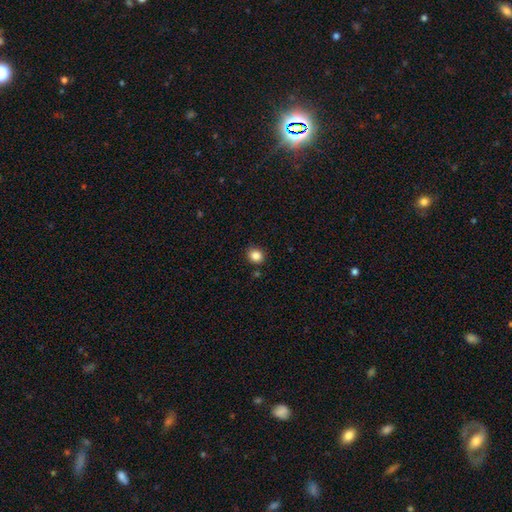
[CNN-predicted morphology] This appears to be a smooth galaxy with no disk features (85%) that is round (74%). Merging: none (87%).